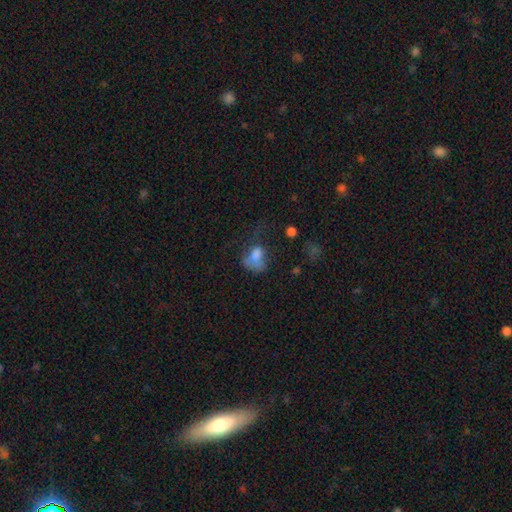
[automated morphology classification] This appears to be a smooth galaxy with no disk features (63%) that is in between round and cigar-shaped (68%). Merging: major disturbance (48%).